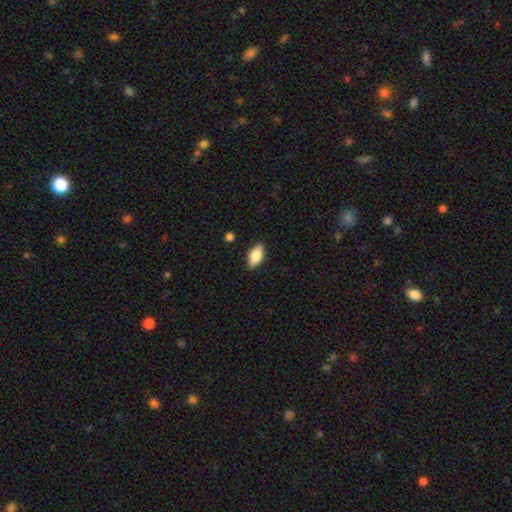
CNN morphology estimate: Overall: smooth (82%). How rounded: in between (90%). Merging: none (87%).